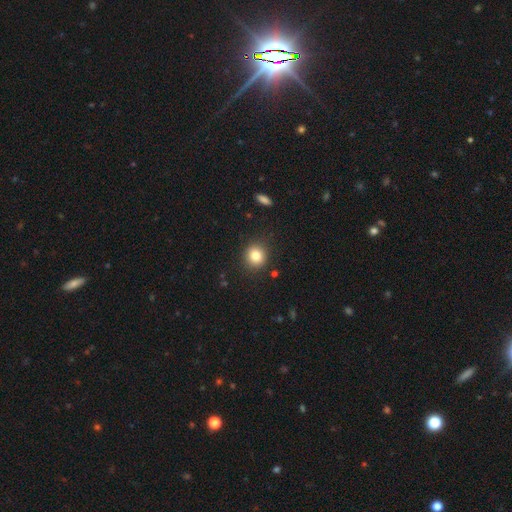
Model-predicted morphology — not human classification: Overall: smooth (82%). How rounded: round (86%). Merging: none (88%).